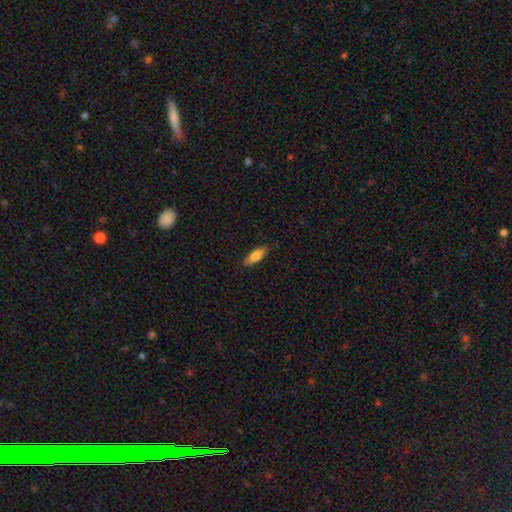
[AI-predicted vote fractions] A smooth galaxy with no disk features (71%) that is in between round and cigar-shaped (52%).

Vote fractions:
- Smooth or featured? smooth: 71% / featured or disk: 23% / star or artifact: 6%
- How rounded? in between: 52% / cigar-shaped: 46% / round: 2%
- Merging? none: 87% / minor disturbance: 10% / major disturbance: 2% / merger: 1%